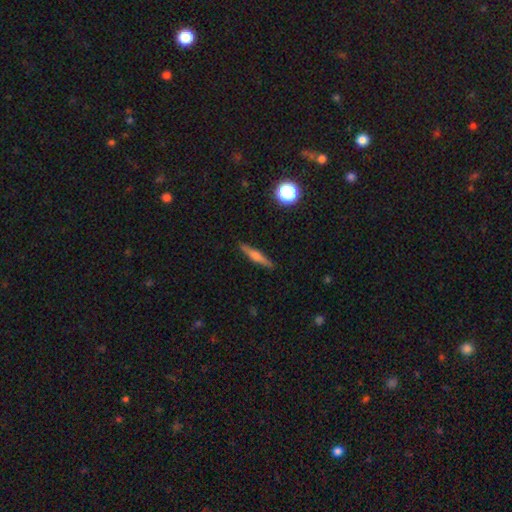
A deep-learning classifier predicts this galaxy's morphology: Smooth or featured: featured or disk — 53% (smooth — 39%)
Edge-on disk: yes — 96% (no — 4%)
Edge-on bulge: rounded — 71% (boxy — 16%)
Merging: none — 89% (minor disturbance — 8%)